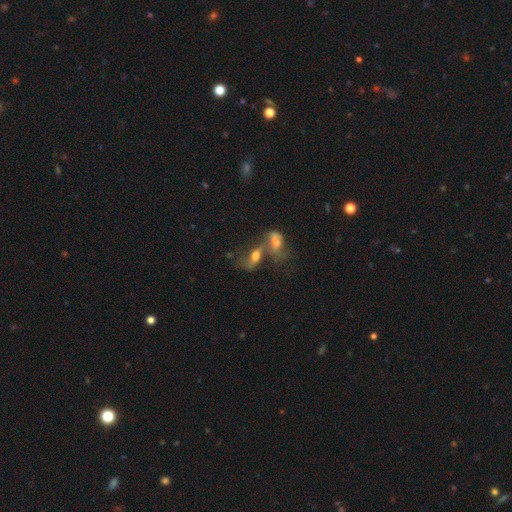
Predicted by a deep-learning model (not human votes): smooth 47%, featured or disk 40%, star or artifact 13%. Down the decision tree: merging — merger (60%).